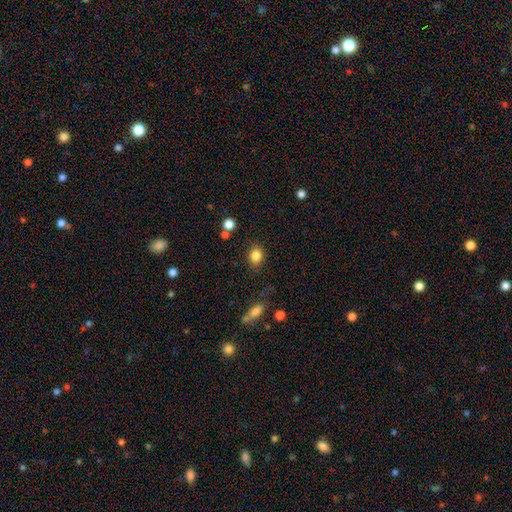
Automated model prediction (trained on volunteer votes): This is clearly a smooth galaxy (84%). How rounded: possibly round (57%). Merging: clearly none (82%).